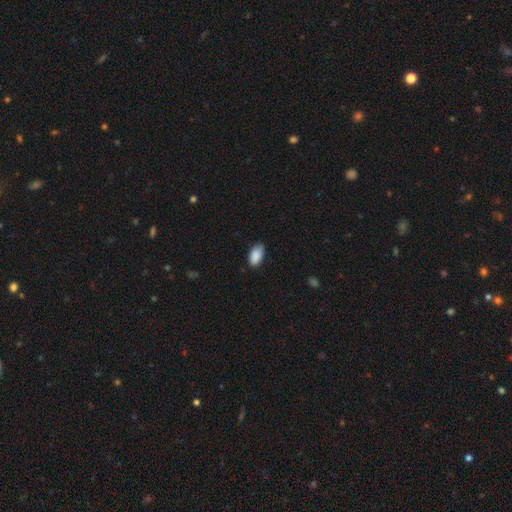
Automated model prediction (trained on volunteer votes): Q: Smooth or featured?
A: smooth (89%); runner-up: star or artifact (7%)
Q: How rounded?
A: in between (94%); runner-up: round (3%)
Q: Merging?
A: none (76%); runner-up: minor disturbance (20%)